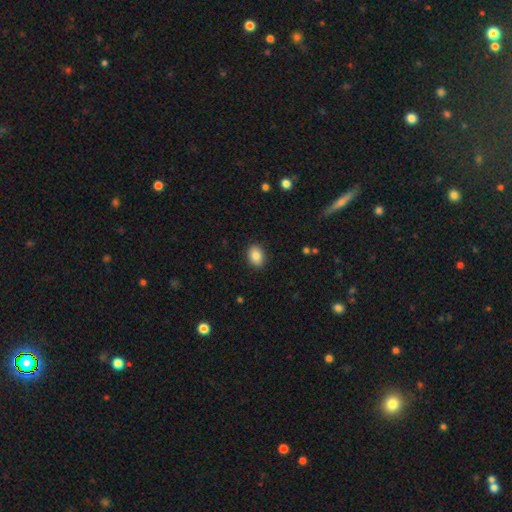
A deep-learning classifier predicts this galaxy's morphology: The model was most divided on "how rounded": in between: 70%, round: 29%, cigar-shaped: 1%. More confident: merging — none (89%); smooth or featured — smooth (86%).